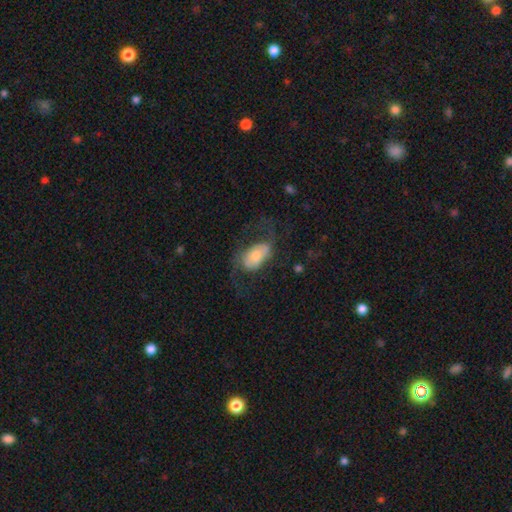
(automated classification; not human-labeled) featured or disk 51%, smooth 42%, star or artifact 8%. Down the decision tree: edge-on disk — no (94%); merging — none (47%).